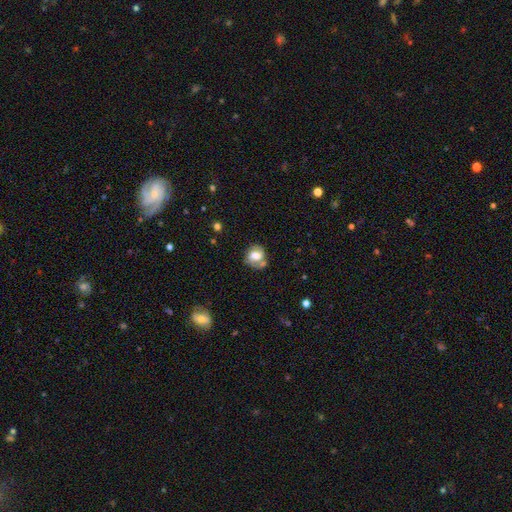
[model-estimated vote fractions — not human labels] Smooth or featured?
  - smooth: 52% *
  - featured or disk: 38%
  - star or artifact: 9%
How rounded?
  - round: 59% *
  - in between: 39%
  - cigar-shaped: 1%
Merging?
  - none: 51% *
  - minor disturbance: 23%
  - merger: 16%
  - major disturbance: 11%